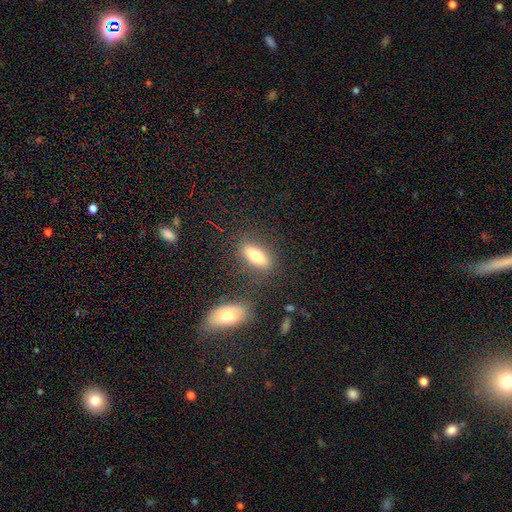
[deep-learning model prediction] This is likely a smooth galaxy (75%). How rounded: likely in between (73%). Merging: clearly none (80%).